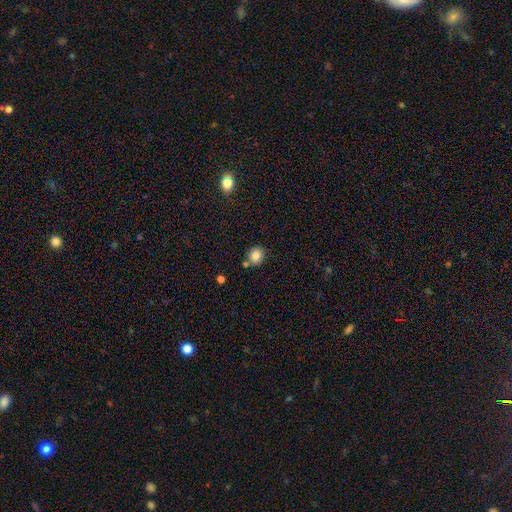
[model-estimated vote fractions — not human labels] This is clearly a smooth galaxy (83%). How rounded: likely round (76%). Merging: likely none (74%).